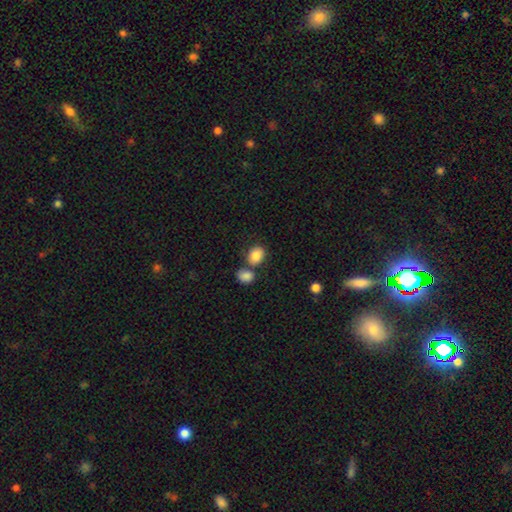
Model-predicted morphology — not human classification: smooth-or-featured: smooth: 85% | star or artifact: 9% | featured or disk: 6%
  how-rounded: round: 50% | in between: 49% | cigar-shaped: 1%
  merging: none: 56% | merger: 29% | minor disturbance: 11% | major disturbance: 4%